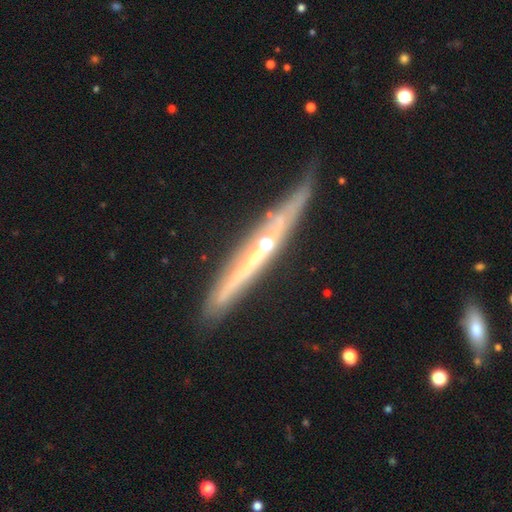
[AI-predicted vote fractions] Overall: featured or disk (78%). Edge-on disk: yes (94%). Edge-on bulge: rounded (52%; none 44%). Merging: none (75%).